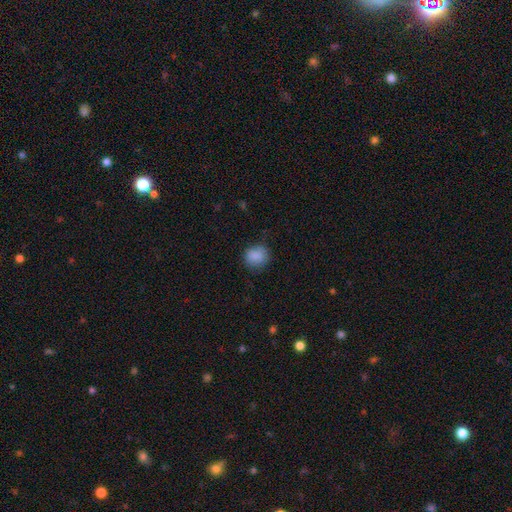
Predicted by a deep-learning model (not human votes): Q: Smooth or featured?
A: smooth (88%); runner-up: star or artifact (8%)
Q: How rounded?
A: round (79%); runner-up: in between (20%)
Q: Merging?
A: none (78%); runner-up: minor disturbance (17%)